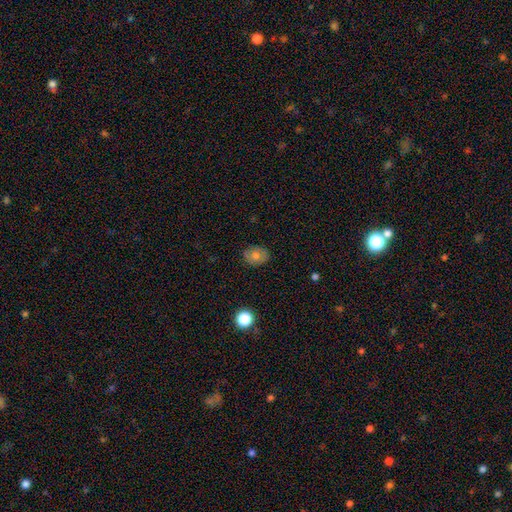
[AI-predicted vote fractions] This appears to be a smooth galaxy with no disk features (68%) that is round (52%). Merging: none (84%).